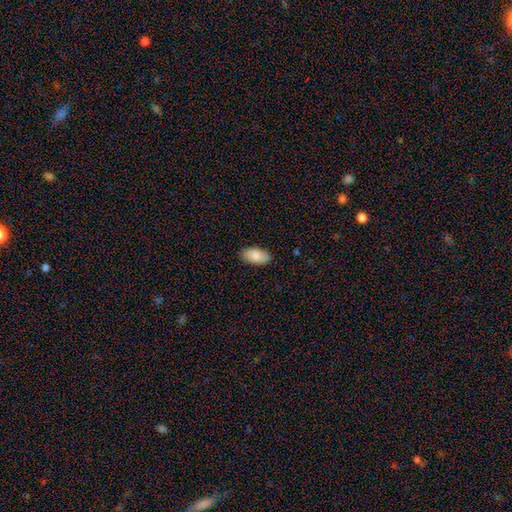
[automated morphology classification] Smooth or featured?
  - smooth: 85% *
  - featured or disk: 8%
  - star or artifact: 6%
How rounded?
  - in between: 95% *
  - cigar-shaped: 3%
  - round: 3%
Merging?
  - none: 87% *
  - minor disturbance: 10%
  - major disturbance: 2%
  - merger: 1%